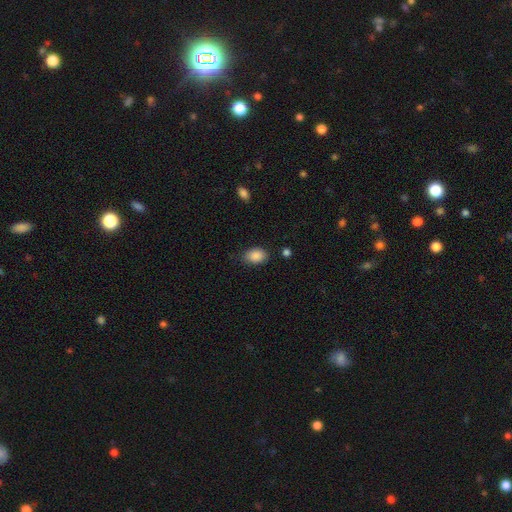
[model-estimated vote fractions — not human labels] smooth-or-featured: smooth: 88% | star or artifact: 8% | featured or disk: 4%
  how-rounded: in between: 83% | round: 16% | cigar-shaped: 1%
  merging: none: 77% | minor disturbance: 17% | major disturbance: 4% | merger: 2%